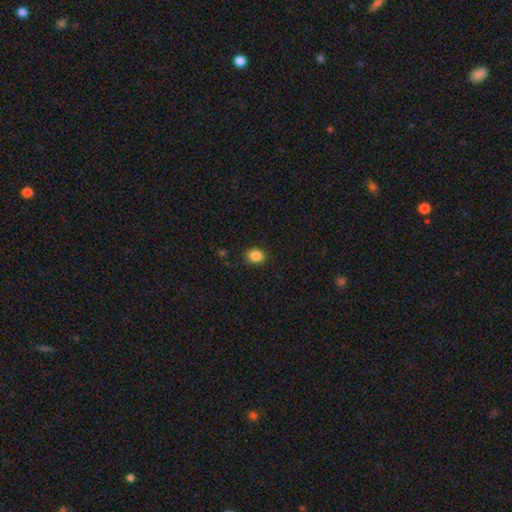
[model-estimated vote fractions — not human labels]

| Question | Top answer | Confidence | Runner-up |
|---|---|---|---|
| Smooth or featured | smooth | 86% | star or artifact (10%) |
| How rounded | round | 55% | in between (44%) |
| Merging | none | 85% | minor disturbance (11%) |